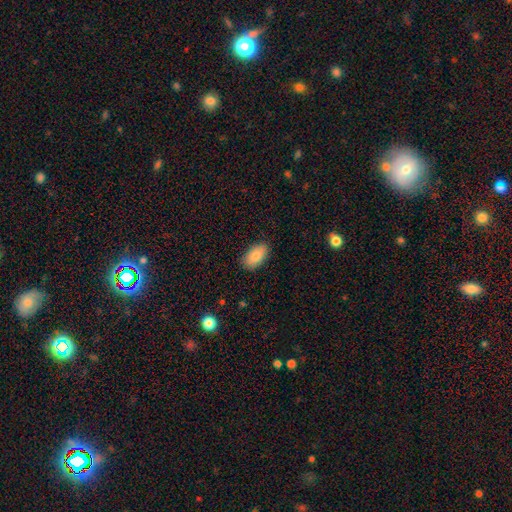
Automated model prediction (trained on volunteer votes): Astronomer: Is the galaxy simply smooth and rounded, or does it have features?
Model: smooth — 85%.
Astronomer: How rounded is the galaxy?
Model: in between — 93%.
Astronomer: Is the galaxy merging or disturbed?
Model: none — 84%.